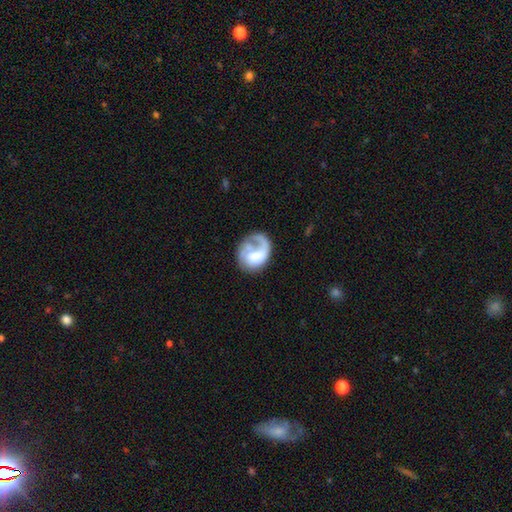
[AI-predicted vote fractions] This appears to be a featured or disk galaxy (57%) with no bar (69%), spiral arms (67%) and a moderate central bulge (30%). Merging: none (37%).